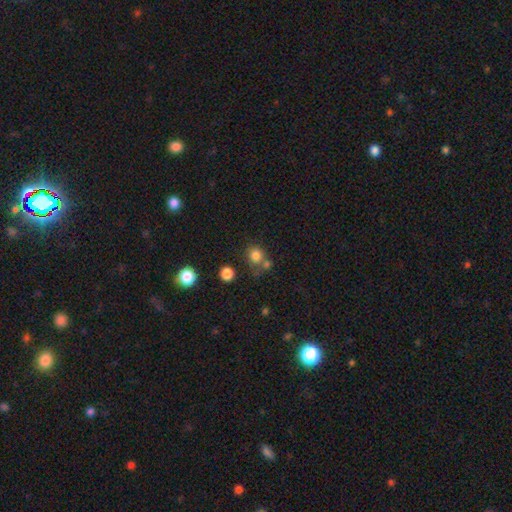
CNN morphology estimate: smooth 80%, star or artifact 13%, featured or disk 7%. Down the decision tree: how rounded — round (87%); merging — none (61%).